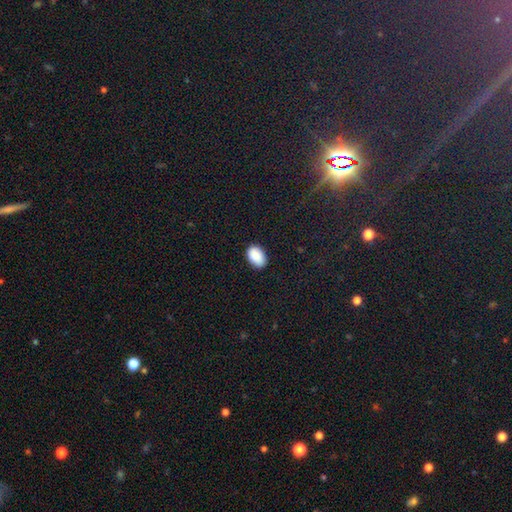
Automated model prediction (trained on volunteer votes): This appears to be a smooth galaxy with no disk features (91%) that is in between round and cigar-shaped (91%). Merging: none (86%).